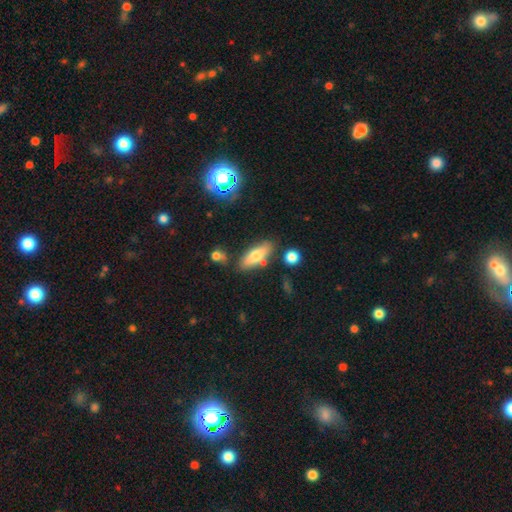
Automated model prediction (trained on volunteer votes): smooth 65%, featured or disk 28%, star or artifact 8%. Down the decision tree: how rounded — in between (60%); merging — none (74%).